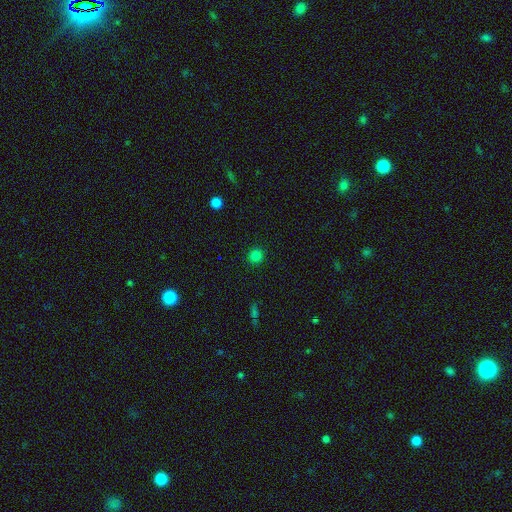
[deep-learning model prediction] smooth_or_featured: smooth (p=0.81) [alt: star or artifact p=0.15]
how_rounded: round (p=0.93) [alt: in between p=0.06]
merging: none (p=0.92) [alt: minor disturbance p=0.05]